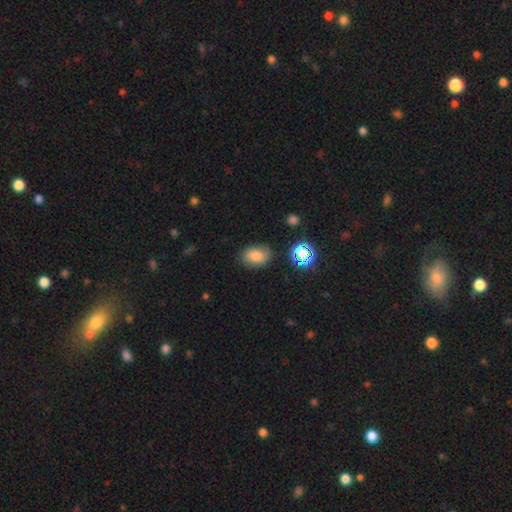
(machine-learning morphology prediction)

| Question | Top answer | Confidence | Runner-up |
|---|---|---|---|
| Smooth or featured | smooth | 79% | star or artifact (12%) |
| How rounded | in between | 77% | round (22%) |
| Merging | none | 80% | minor disturbance (14%) |